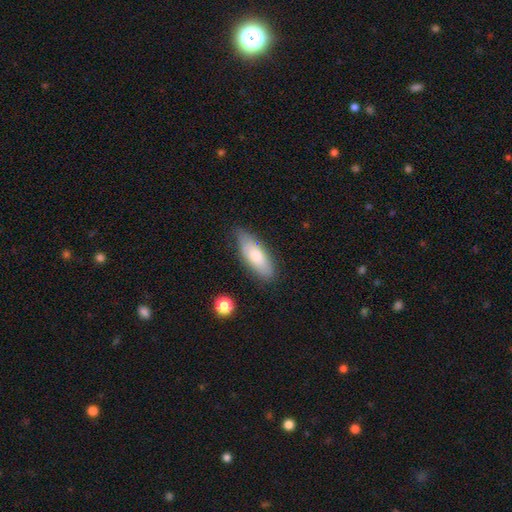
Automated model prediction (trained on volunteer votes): Morphology: type=smooth (73%); roundness=in between (66%); merging=none (74%).